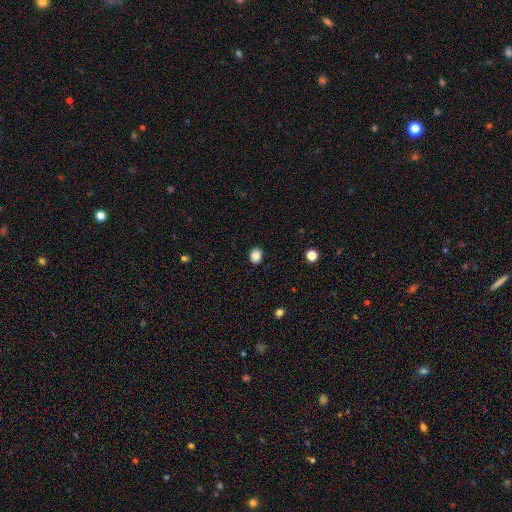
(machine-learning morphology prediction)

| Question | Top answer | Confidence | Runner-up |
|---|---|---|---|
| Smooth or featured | smooth | 88% | star or artifact (10%) |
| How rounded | round | 68% | in between (31%) |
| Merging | none | 91% | minor disturbance (6%) |